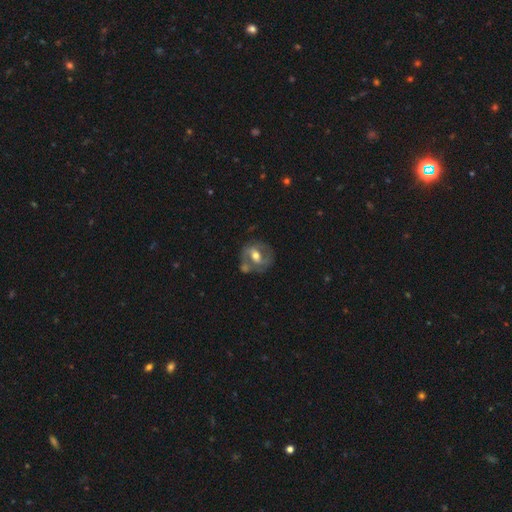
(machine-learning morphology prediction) smooth-or-featured: featured or disk: 66% | smooth: 27% | star or artifact: 7%
  disk-edge-on: no: 96% | yes: 4%
    bar: weak: 43% | strong: 29% | no: 28%
    has-spiral-arms: yes: 70% | no: 30%
    bulge-size: moderate: 74% | small: 15% | large: 9% | none: 1% | dominant: 1%
  merging: none: 59% | minor disturbance: 17% | merger: 16% | major disturbance: 8%